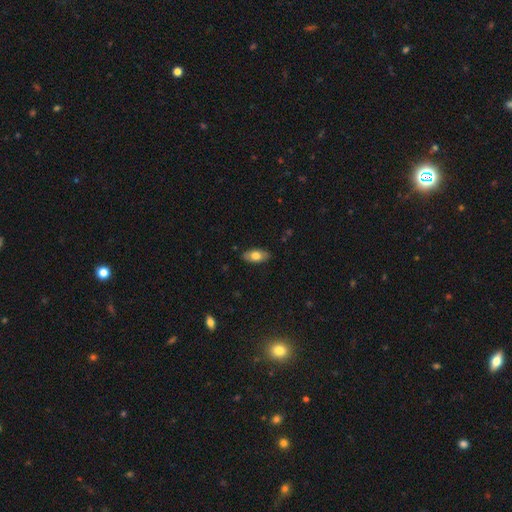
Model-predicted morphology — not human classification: Q: Smooth or featured?
A: smooth (74%); runner-up: featured or disk (19%)
Q: How rounded?
A: in between (91%); runner-up: cigar-shaped (6%)
Q: Merging?
A: none (86%); runner-up: minor disturbance (11%)